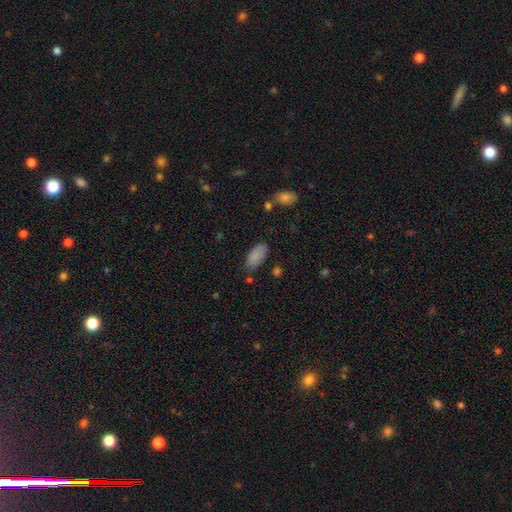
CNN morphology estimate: Smooth or featured?
  - smooth: 86% *
  - star or artifact: 7%
  - featured or disk: 7%
How rounded?
  - in between: 93% *
  - cigar-shaped: 5%
  - round: 2%
Merging?
  - none: 75% *
  - minor disturbance: 18%
  - major disturbance: 4%
  - merger: 3%